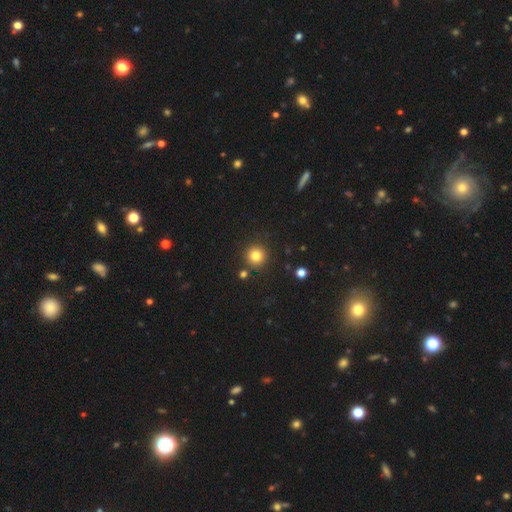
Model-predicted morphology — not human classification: Smooth or featured? Predicted: smooth (p=0.81). How rounded? Predicted: round (p=0.95). Merging? Predicted: none (p=0.87).